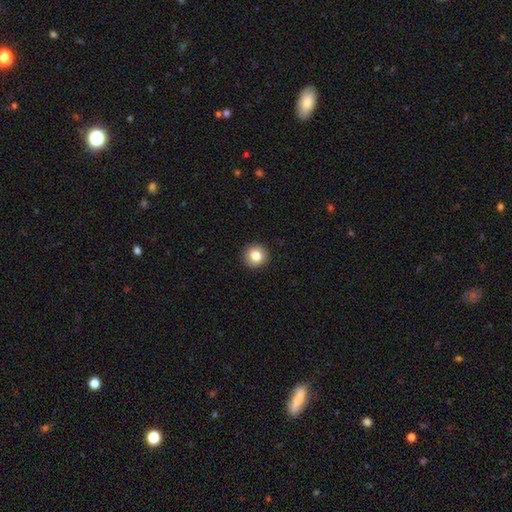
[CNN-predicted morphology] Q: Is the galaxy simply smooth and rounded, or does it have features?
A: smooth — 82%.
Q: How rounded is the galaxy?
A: round — 92%.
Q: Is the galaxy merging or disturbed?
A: none — 92%.